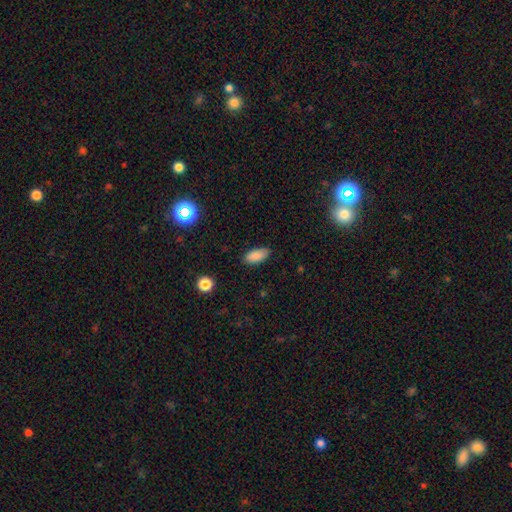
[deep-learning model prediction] Overall: smooth (86%). How rounded: in between (90%). Merging: none (81%).